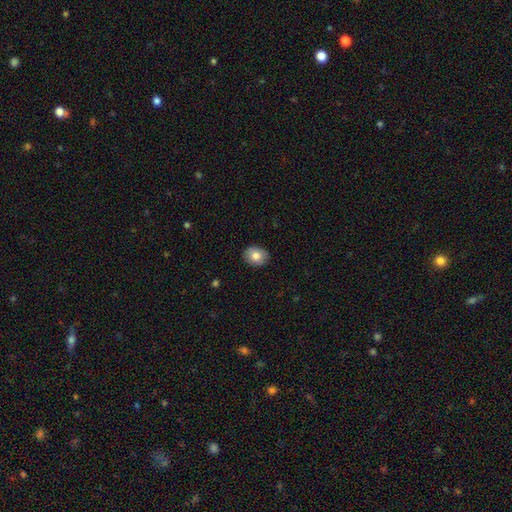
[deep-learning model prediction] This is likely a smooth galaxy (80%). How rounded: possibly in between (58%). Merging: clearly none (89%).